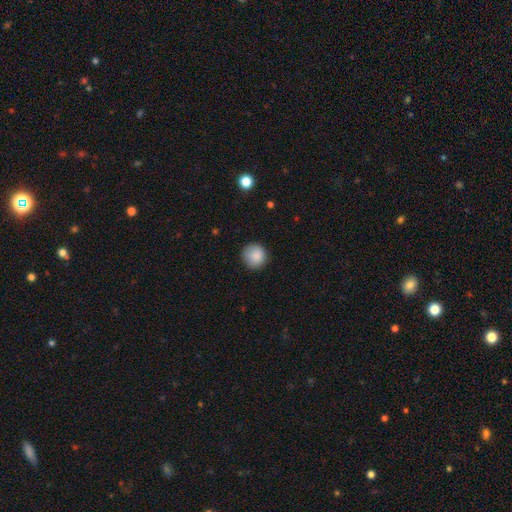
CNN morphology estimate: smooth 88%, star or artifact 8%, featured or disk 4%. Down the decision tree: how rounded — round (94%); merging — none (87%).